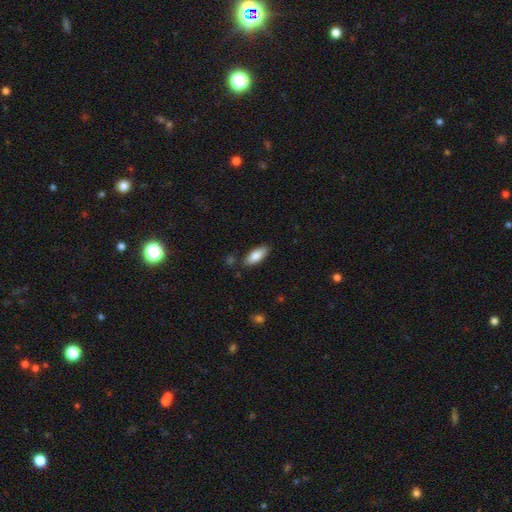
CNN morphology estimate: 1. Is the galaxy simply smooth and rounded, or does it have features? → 84% smooth, 10% featured or disk, 6% star or artifact.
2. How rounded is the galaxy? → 75% in between, 23% cigar-shaped, 2% round.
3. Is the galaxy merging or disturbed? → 83% none, 12% minor disturbance, 3% merger, 2% major disturbance.